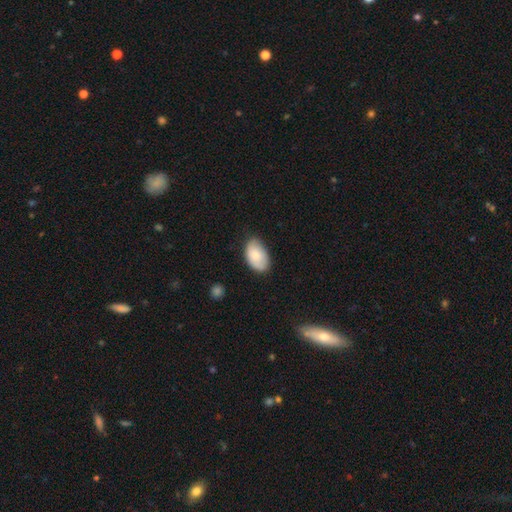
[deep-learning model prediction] smooth-or-featured: smooth: 80% | featured or disk: 13% | star or artifact: 6%
  how-rounded: in between: 93% | round: 6% | cigar-shaped: 1%
  merging: none: 72% | minor disturbance: 23% | major disturbance: 4% | merger: 1%